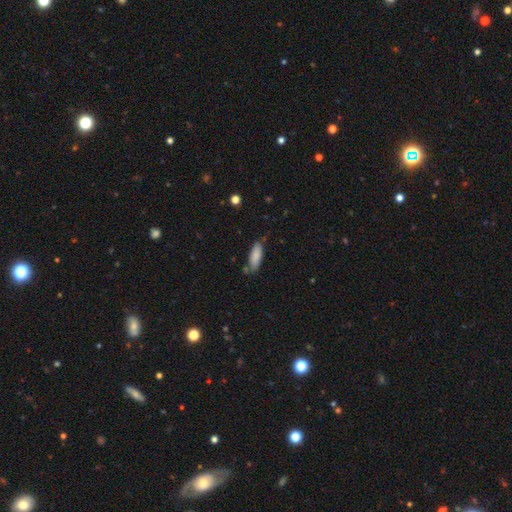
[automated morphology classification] Overall: smooth (86%). How rounded: in between (61%; cigar-shaped 37%). Merging: none (70%).